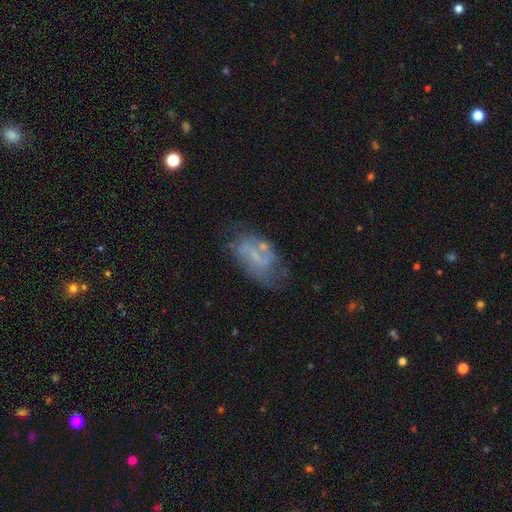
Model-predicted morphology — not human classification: This is likely a featured or disk galaxy (60%). It is clearly not viewed edge-on (95%). Bar: marginally no (44%). Spiral arm pattern: possibly yes (56%). Central bulge: possibly none (48%). Merging: possibly none (51%).